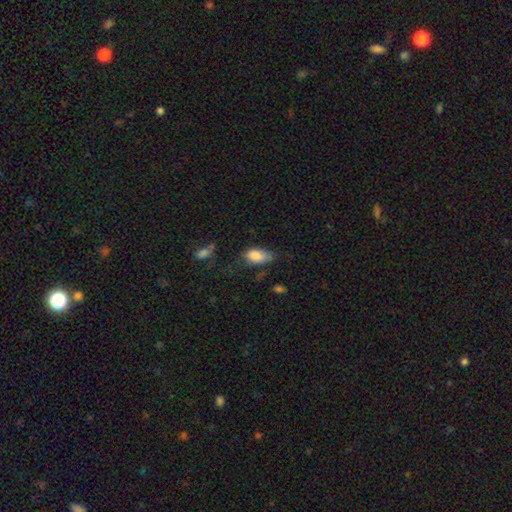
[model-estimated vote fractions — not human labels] This appears to be a smooth galaxy with no disk features (85%) that is in between round and cigar-shaped (91%). Merging: none (47%).